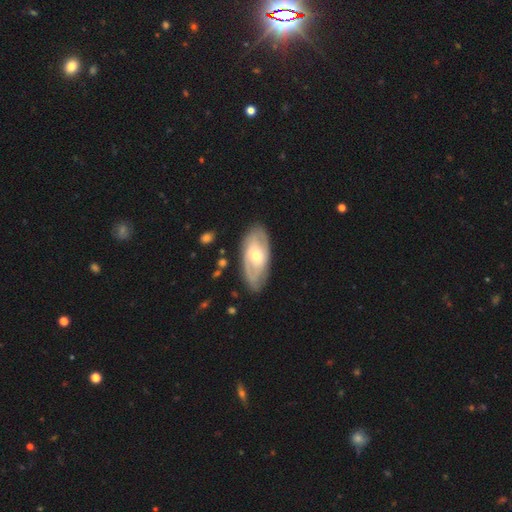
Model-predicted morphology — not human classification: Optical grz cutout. It shows a featured or disk galaxy (66%) with no bar (52%), spiral arms (72%) and a moderate central bulge (58%). Merging: none (81%).